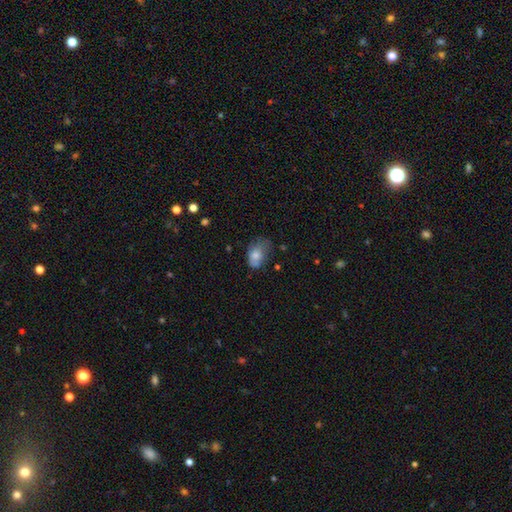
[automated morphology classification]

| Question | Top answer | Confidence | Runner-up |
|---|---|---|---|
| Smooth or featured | smooth | 73% | featured or disk (18%) |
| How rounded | in between | 82% | round (17%) |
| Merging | minor disturbance | 39% | none (37%) |